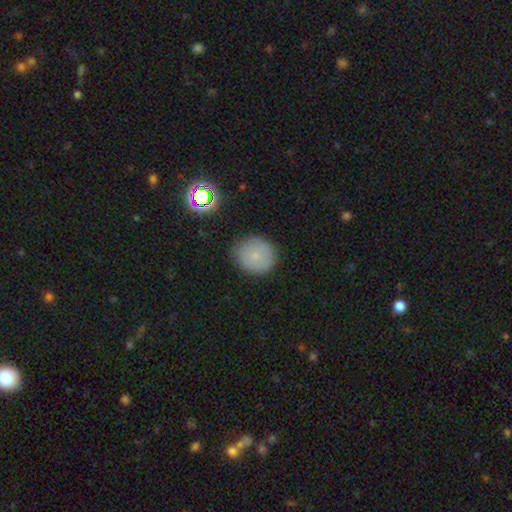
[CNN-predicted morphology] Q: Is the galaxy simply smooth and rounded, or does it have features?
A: smooth — 76%.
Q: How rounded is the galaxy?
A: round — 90%.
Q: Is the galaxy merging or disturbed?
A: none — 86%.